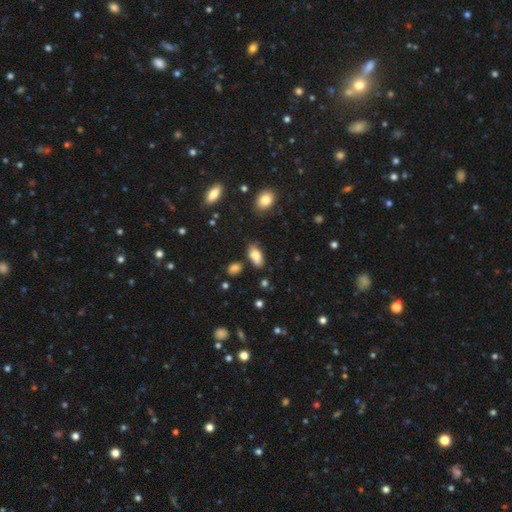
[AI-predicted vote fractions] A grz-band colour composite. It shows a smooth galaxy with no disk features (78%) that is in between round and cigar-shaped (89%). Merging: none (67%).